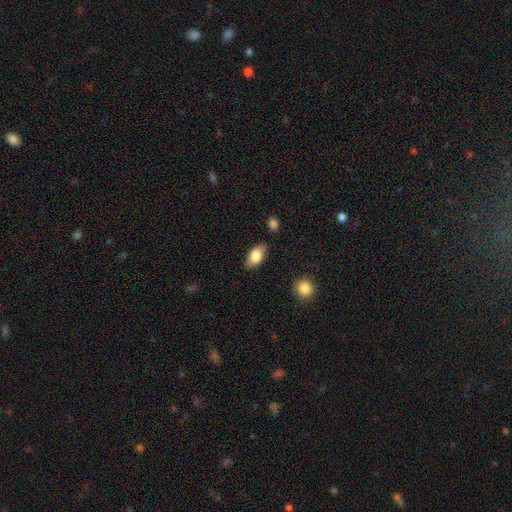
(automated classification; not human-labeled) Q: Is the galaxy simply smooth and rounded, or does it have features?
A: smooth — 81%.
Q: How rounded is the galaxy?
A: in between — 91%.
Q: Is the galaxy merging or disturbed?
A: none — 82%.